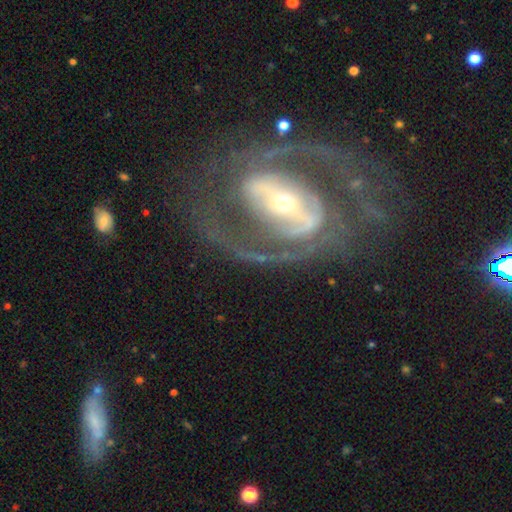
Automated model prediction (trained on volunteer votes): Q: Smooth or featured?
A: featured or disk (88%); runner-up: smooth (7%)
Q: Edge-on disk?
A: no (95%); runner-up: yes (5%)
Q: Bar?
A: strong (58%); runner-up: weak (26%)
Q: Spiral arms?
A: yes (86%); runner-up: no (14%)
Q: Spiral winding?
A: medium (48%); runner-up: tight (31%)
Q: Spiral arm count?
A: 2 (82%); runner-up: can't tell (8%)
Q: Bulge size?
A: moderate (47%); runner-up: small (45%)
Q: Merging?
A: none (65%); runner-up: major disturbance (18%)